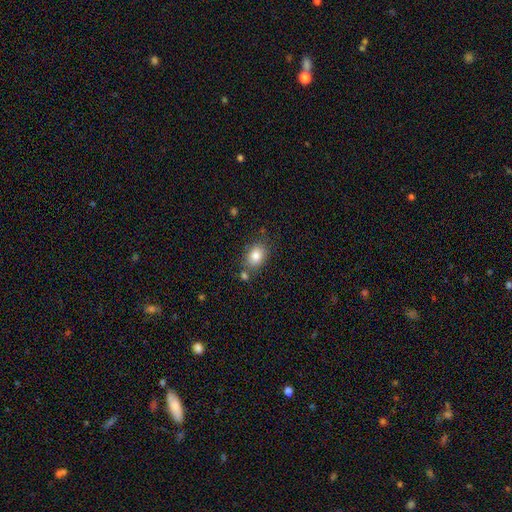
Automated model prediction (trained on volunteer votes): Overall: smooth (82%). How rounded: in between (70%). Merging: none (74%).